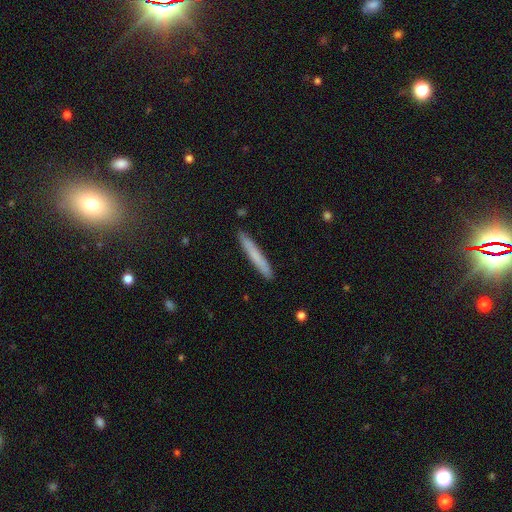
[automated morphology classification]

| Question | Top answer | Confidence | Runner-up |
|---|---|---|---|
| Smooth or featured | smooth | 72% | featured or disk (22%) |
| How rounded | cigar-shaped | 97% | in between (2%) |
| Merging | none | 91% | minor disturbance (7%) |